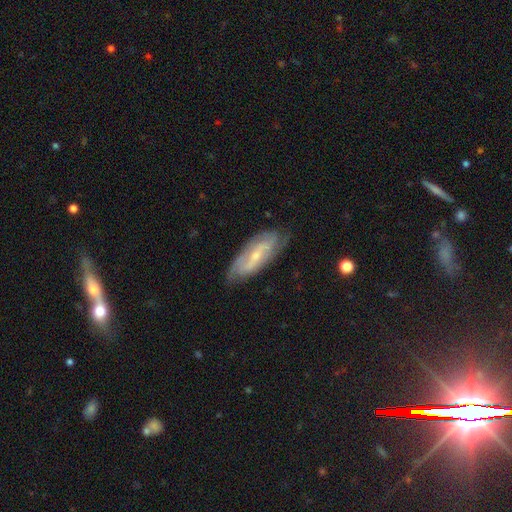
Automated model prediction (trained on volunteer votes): Smooth or featured? Predicted: featured or disk (p=0.74). Edge-on disk? Predicted: no (p=0.85). Bar? Predicted: weak (p=0.41). Spiral arms? Predicted: yes (p=0.88). Spiral winding? Predicted: tight (p=0.40). Spiral arm count? Predicted: 2 (p=0.59). Bulge size? Predicted: small (p=0.65). Merging? Predicted: none (p=0.74).